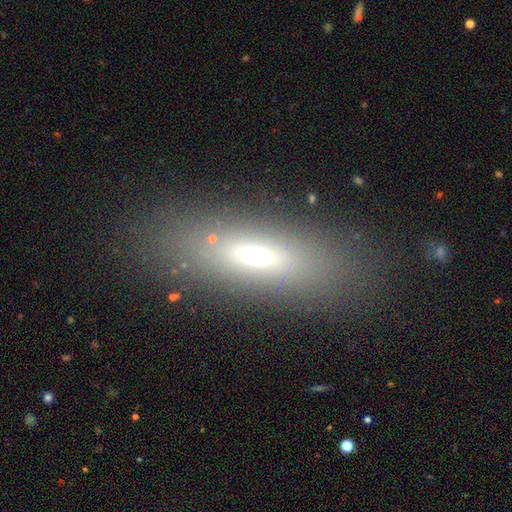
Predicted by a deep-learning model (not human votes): This is possibly a smooth galaxy (55%). How rounded: possibly in between (55%). Merging: clearly none (81%).